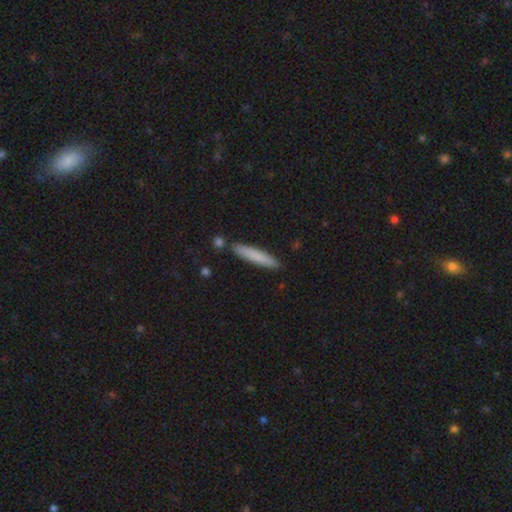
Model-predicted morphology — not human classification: Smooth or featured: smooth — 79% (featured or disk — 15%)
How rounded: cigar-shaped — 92% (in between — 7%)
Merging: none — 87% (minor disturbance — 8%)